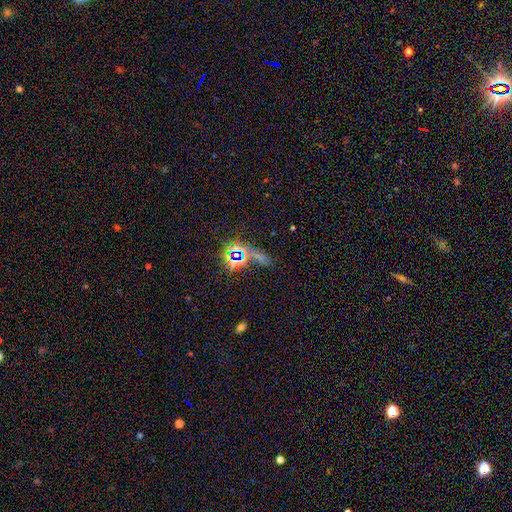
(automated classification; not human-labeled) Morphology: type=star or artifact (67%).